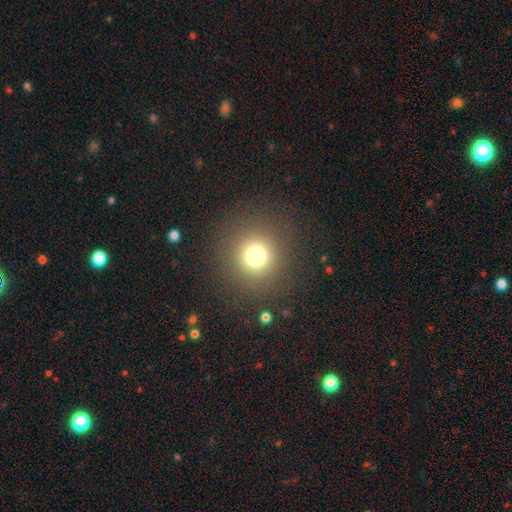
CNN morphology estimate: The model was most divided on "smooth or featured": smooth: 74%, star or artifact: 18%, featured or disk: 8%. More confident: how rounded — round (93%); merging — none (88%).